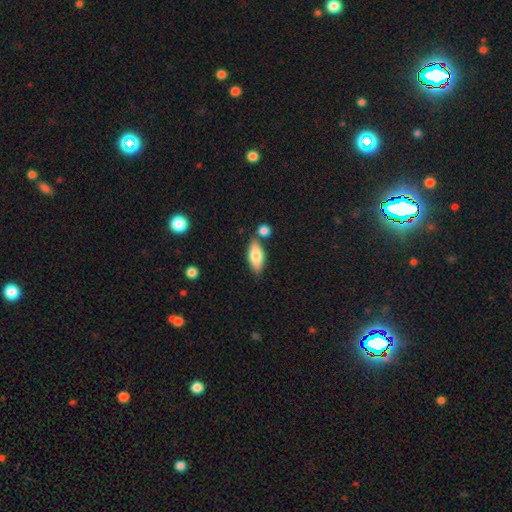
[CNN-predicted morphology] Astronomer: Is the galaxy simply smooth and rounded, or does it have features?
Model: smooth — 76%.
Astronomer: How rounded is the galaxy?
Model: in between — 81%.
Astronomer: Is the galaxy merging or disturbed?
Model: none — 72%.